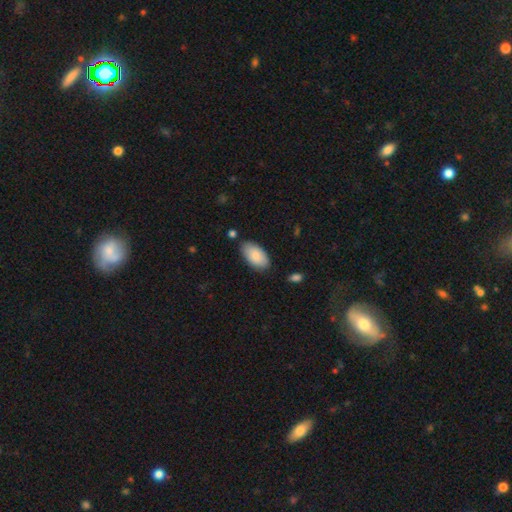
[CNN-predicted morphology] Smooth or featured? smooth (86%)
How rounded? in between (96%)
Merging? none (80%)